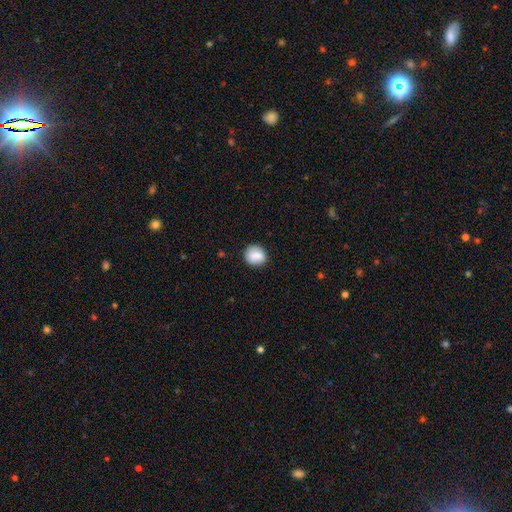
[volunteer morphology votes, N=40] Smooth or featured? 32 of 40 (80%) said smooth. How rounded? 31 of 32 (97%) said round. Merging? 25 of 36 (69%) said none.